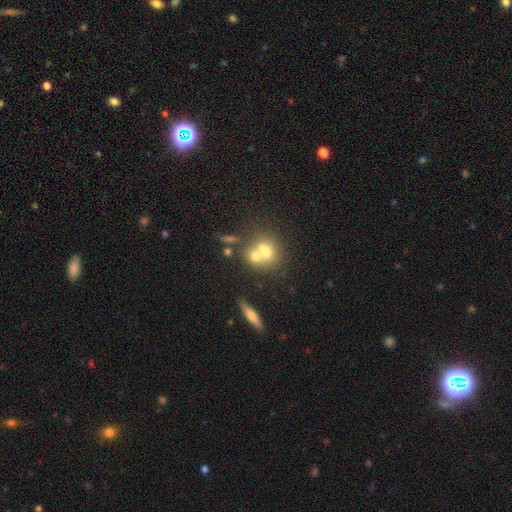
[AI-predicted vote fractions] Q: Smooth or featured?
A: smooth (62%); runner-up: featured or disk (26%)
Q: How rounded?
A: round (65%); runner-up: in between (33%)
Q: Merging?
A: merger (58%); runner-up: none (30%)